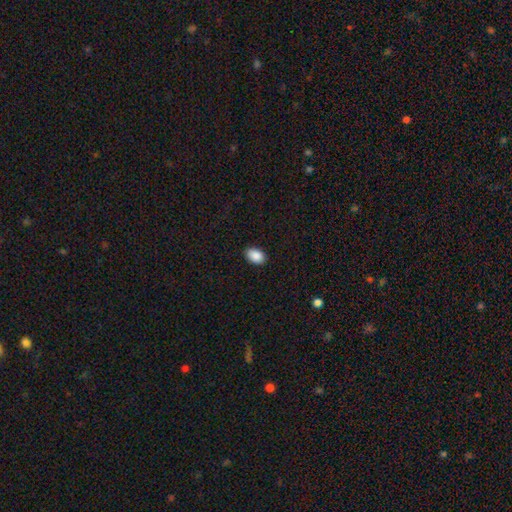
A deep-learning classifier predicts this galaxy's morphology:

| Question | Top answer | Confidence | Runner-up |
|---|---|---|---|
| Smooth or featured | smooth | 89% | star or artifact (7%) |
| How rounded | in between | 88% | round (10%) |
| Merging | none | 87% | minor disturbance (10%) |